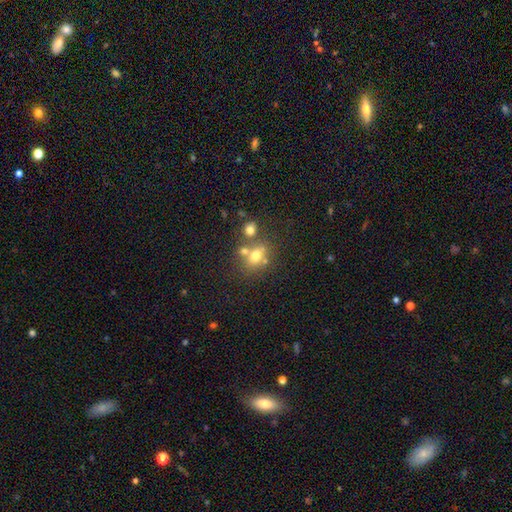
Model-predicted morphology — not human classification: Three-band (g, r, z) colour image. It shows a smooth galaxy with no disk features (66%) that is round (50%). Merging: none (51%).